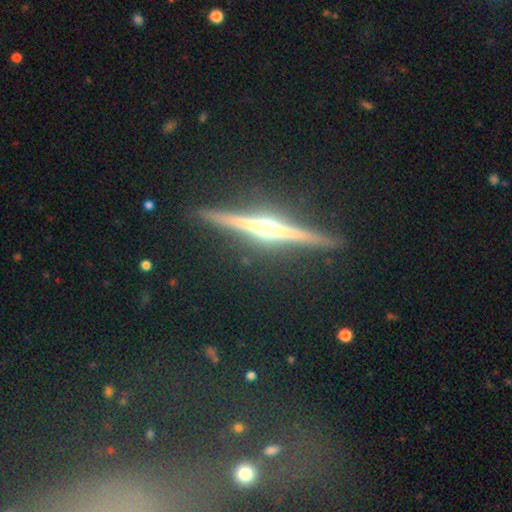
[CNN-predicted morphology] A featured or disk galaxy (85%) viewed edge-on (98%) with a rounded central bulge (90%).

Vote fractions:
- Smooth or featured? featured or disk: 85% / star or artifact: 8% / smooth: 7%
- Edge-on disk? yes: 98% / no: 2%
- Edge-on bulge? rounded: 90% / boxy: 5% / none: 5%
- Merging? none: 91% / minor disturbance: 6% / major disturbance: 2% / merger: 1%